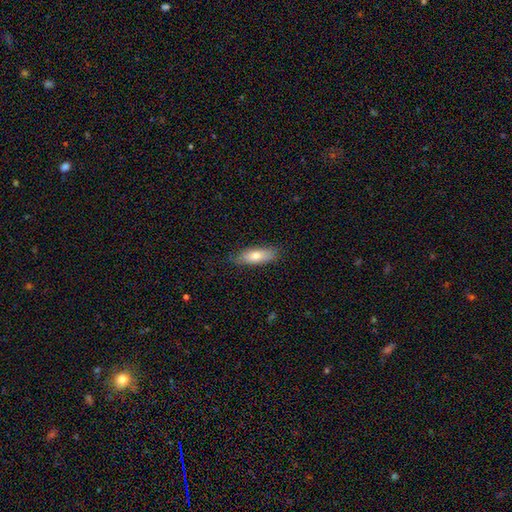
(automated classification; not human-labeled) Overall: smooth (71%). How rounded: in between (58%; cigar-shaped 40%). Merging: none (83%).